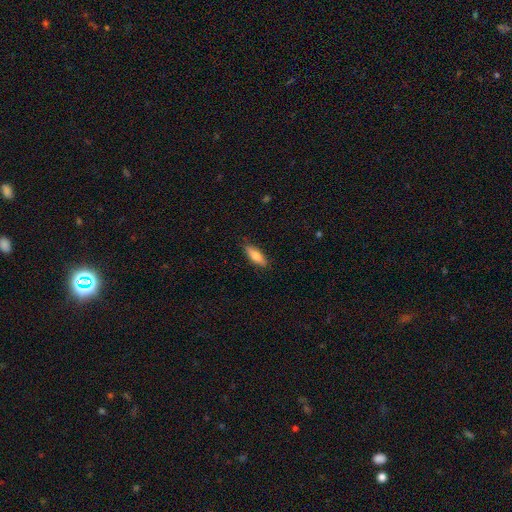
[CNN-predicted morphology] smooth-or-featured: smooth: 72% | featured or disk: 22% | star or artifact: 6%
  how-rounded: in between: 53% | cigar-shaped: 44% | round: 2%
  merging: none: 86% | minor disturbance: 11% | major disturbance: 2% | merger: 1%